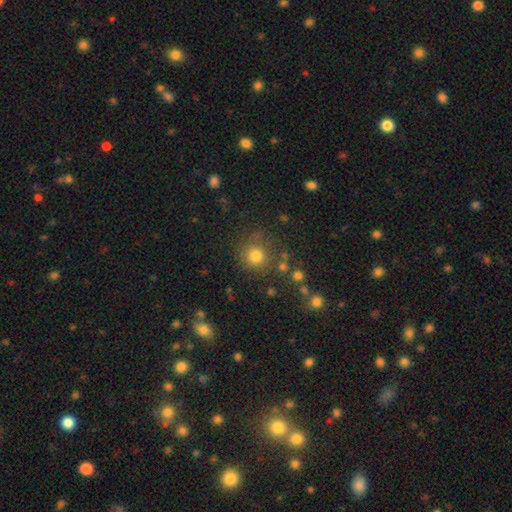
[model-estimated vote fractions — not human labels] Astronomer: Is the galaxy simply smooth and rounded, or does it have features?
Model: smooth — 77%.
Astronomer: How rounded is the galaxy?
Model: round — 92%.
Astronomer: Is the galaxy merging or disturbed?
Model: none — 77%.